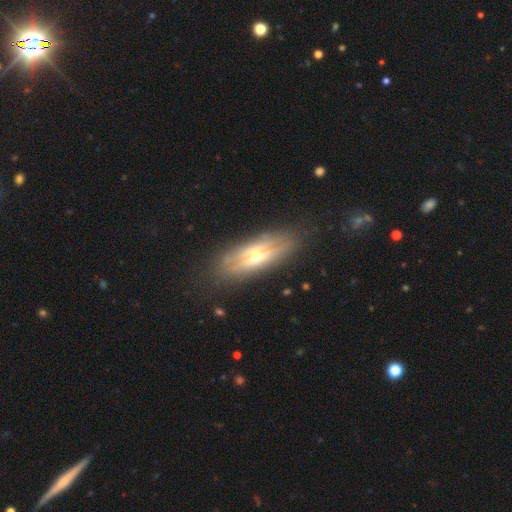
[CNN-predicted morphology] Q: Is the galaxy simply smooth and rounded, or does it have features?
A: featured or disk — 67%.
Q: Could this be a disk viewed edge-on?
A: yes — 75%.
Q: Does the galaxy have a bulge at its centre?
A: rounded — 88%.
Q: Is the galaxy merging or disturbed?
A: none — 78%.